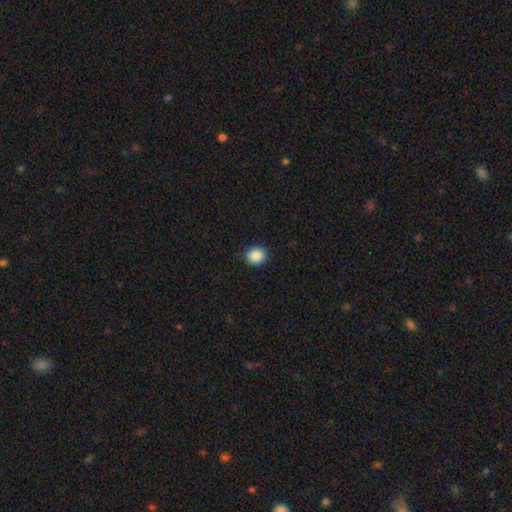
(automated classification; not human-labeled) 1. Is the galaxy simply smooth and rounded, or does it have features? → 88% smooth, 9% star or artifact, 3% featured or disk.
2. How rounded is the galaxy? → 72% round, 27% in between, 1% cigar-shaped.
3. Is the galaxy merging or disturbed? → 90% none, 7% minor disturbance, 2% major disturbance, 1% merger.